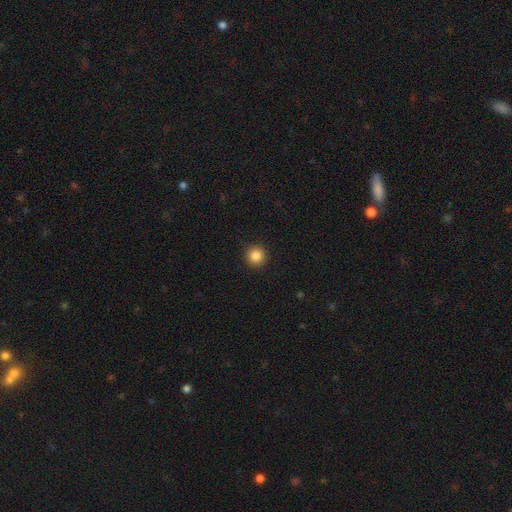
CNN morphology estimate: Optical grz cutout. It shows a smooth galaxy with no disk features (86%) that is round (95%). Merging: none (92%).